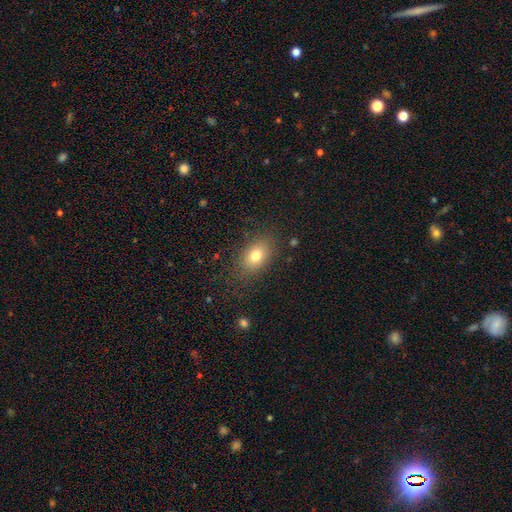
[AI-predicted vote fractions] Smooth or featured?
  - smooth: 78% *
  - featured or disk: 12%
  - star or artifact: 10%
How rounded?
  - in between: 81% *
  - round: 16%
  - cigar-shaped: 2%
Merging?
  - none: 81% *
  - minor disturbance: 13%
  - major disturbance: 5%
  - merger: 1%